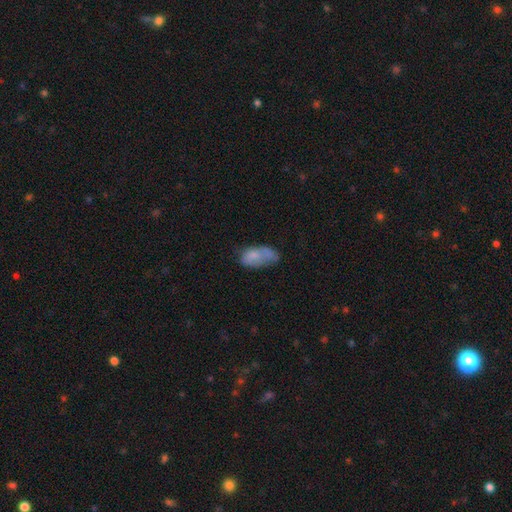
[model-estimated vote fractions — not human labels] smooth-or-featured: smooth: 70% | featured or disk: 20% | star or artifact: 10%
  how-rounded: in between: 90% | round: 5% | cigar-shaped: 4%
  merging: none: 33% | minor disturbance: 29% | major disturbance: 20% | merger: 18%